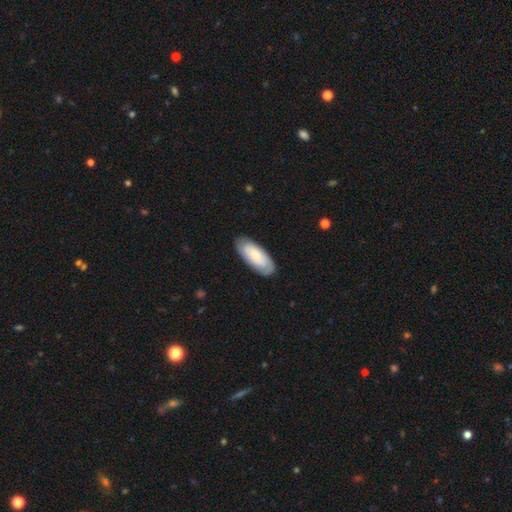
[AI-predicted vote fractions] Morphology: type=smooth (62%); roundness=in between (85%); merging=none (83%).